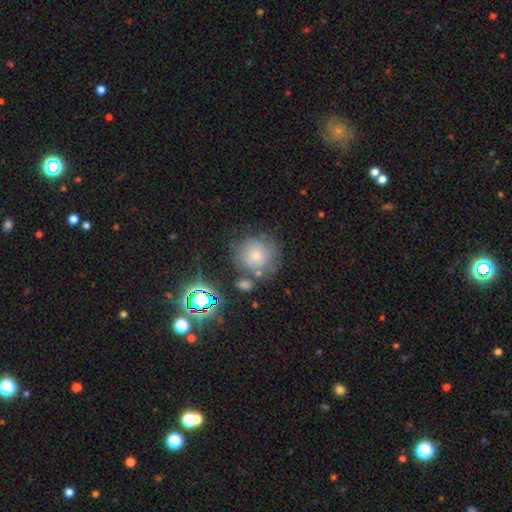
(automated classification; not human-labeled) Smooth or featured: smooth — 63% (featured or disk — 22%)
How rounded: round — 91% (in between — 8%)
Merging: none — 62% (minor disturbance — 18%)